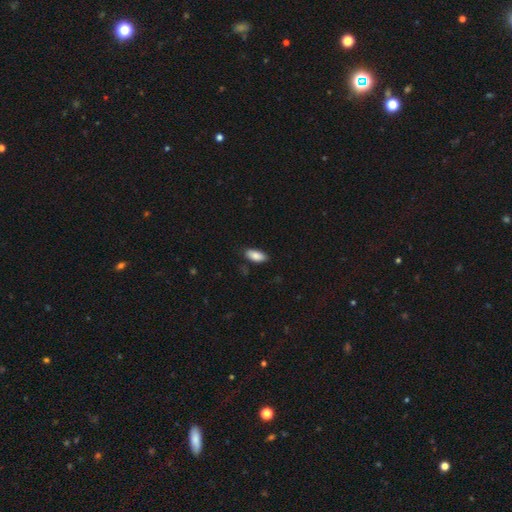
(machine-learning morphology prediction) Smooth or featured: smooth — 86% (featured or disk — 7%)
How rounded: in between — 88% (cigar-shaped — 10%)
Merging: none — 82% (minor disturbance — 14%)